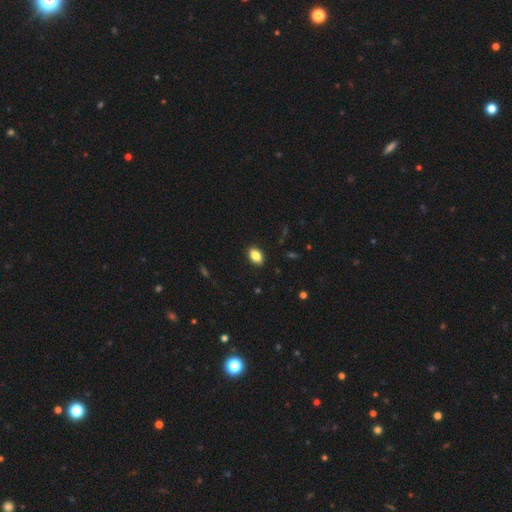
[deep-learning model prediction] smooth-or-featured: smooth: 85% | star or artifact: 8% | featured or disk: 7%
  how-rounded: in between: 89% | round: 9% | cigar-shaped: 2%
  merging: none: 90% | minor disturbance: 7% | major disturbance: 2% | merger: 1%